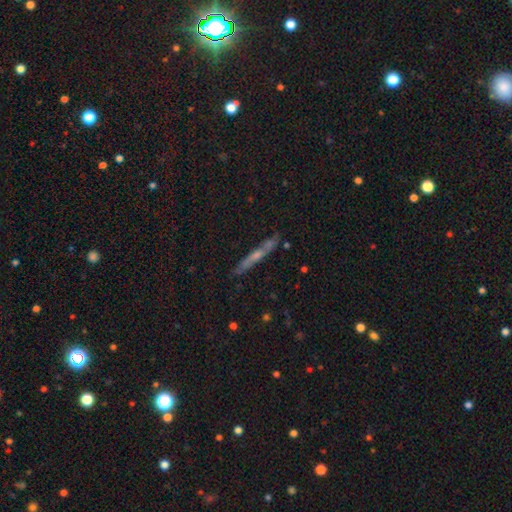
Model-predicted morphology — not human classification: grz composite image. It shows a featured or disk galaxy (60%) viewed edge-on (90%) with a rounded central bulge (49%). Merging: none (80%).